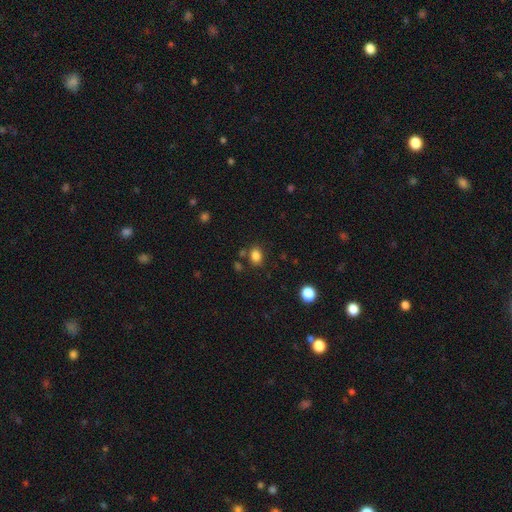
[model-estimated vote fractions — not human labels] Morphology: type=smooth (83%); roundness=in between (61%); merging=none (79%).